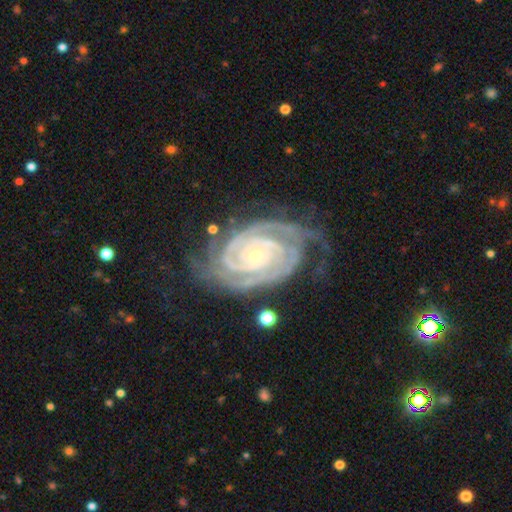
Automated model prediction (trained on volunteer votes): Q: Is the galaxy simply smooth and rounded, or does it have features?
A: featured or disk — 93%.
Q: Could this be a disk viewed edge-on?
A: no — 98%.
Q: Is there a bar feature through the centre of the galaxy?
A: no — 71%.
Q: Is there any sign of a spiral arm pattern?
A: yes — 99%.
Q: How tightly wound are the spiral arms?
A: tight — 83%.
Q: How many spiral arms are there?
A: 2 — 46%.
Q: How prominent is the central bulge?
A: small — 83%.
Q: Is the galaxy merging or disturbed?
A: none — 65%.